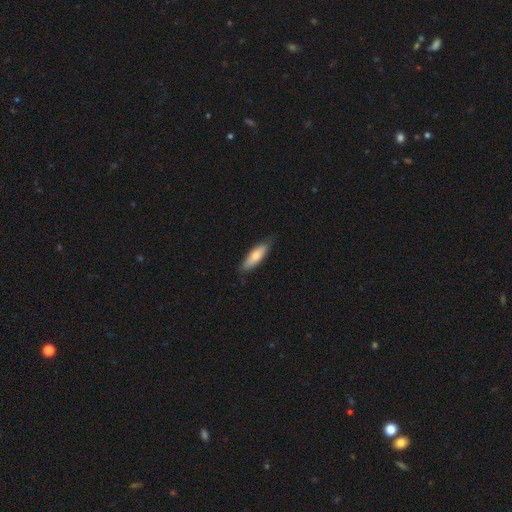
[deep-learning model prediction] Q: Smooth or featured?
A: smooth (73%); runner-up: featured or disk (22%)
Q: How rounded?
A: cigar-shaped (51%); runner-up: in between (47%)
Q: Merging?
A: none (82%); runner-up: minor disturbance (15%)